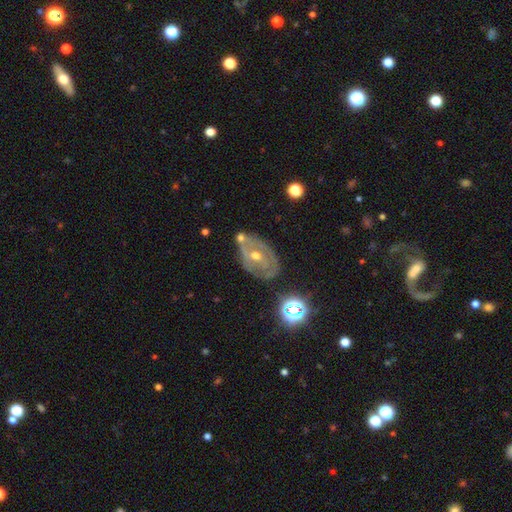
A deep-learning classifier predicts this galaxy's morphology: type=featured or disk (75%); edge-on=no (94%); bar=no (48%); spiral arms=yes (69%); bulge=moderate (61%); merging=none (60%).